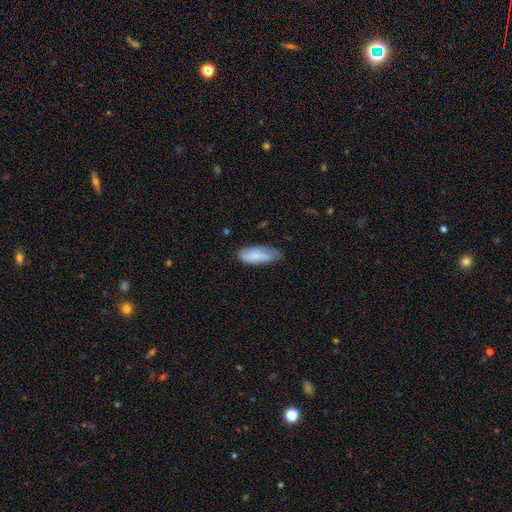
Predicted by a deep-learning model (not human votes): smooth 75%, featured or disk 19%, star or artifact 6%. Down the decision tree: how rounded — in between (69%); merging — none (65%).